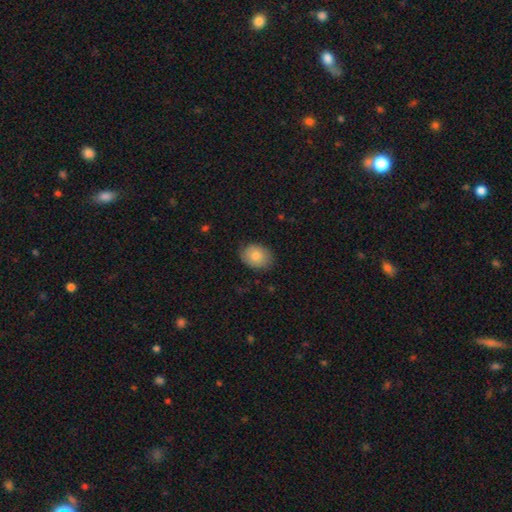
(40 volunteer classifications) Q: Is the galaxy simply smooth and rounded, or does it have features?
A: smooth — 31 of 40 (78%).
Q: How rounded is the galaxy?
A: in between — 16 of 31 (52%).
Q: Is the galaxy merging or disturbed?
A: none — 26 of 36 (72%).